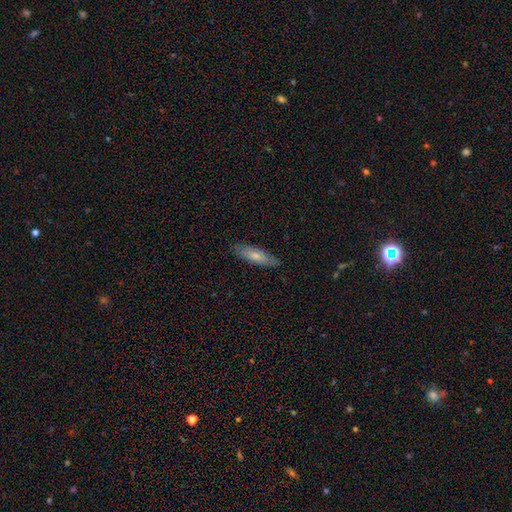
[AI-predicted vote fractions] smooth 68%, featured or disk 26%, star or artifact 6%. Down the decision tree: how rounded — cigar-shaped (54%); merging — none (84%).